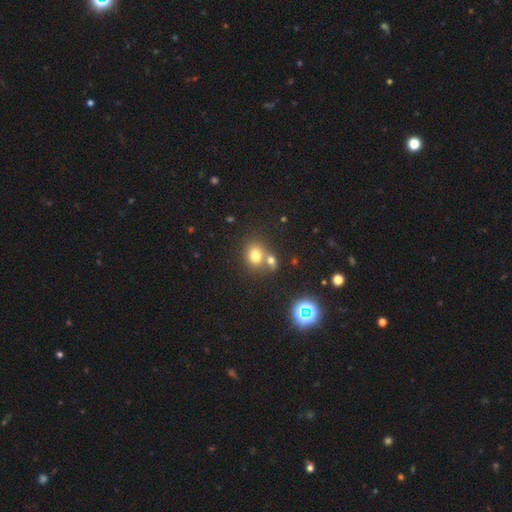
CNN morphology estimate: Smooth or featured? Predicted: smooth (p=0.74). How rounded? Predicted: round (p=0.61). Merging? Predicted: none (p=0.47).